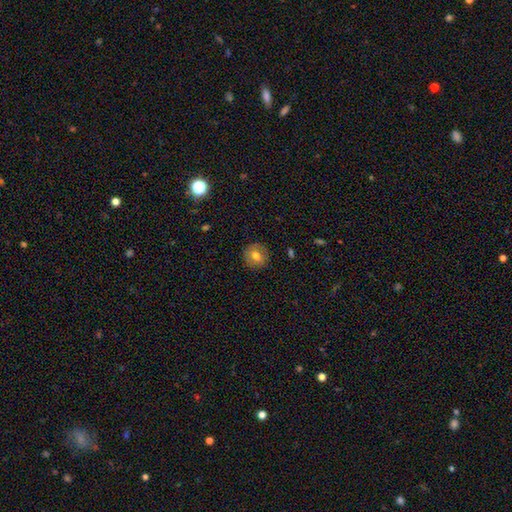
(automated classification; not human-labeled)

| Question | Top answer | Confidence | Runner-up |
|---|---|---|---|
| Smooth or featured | smooth | 72% | featured or disk (19%) |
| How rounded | round | 91% | in between (8%) |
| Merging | none | 89% | minor disturbance (8%) |